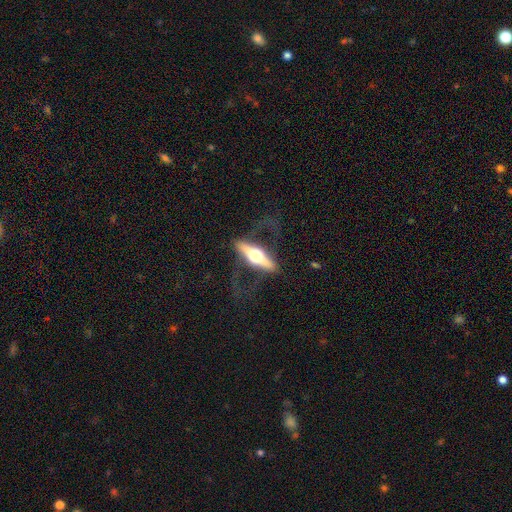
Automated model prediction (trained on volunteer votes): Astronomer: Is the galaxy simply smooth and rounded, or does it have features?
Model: featured or disk — 76%.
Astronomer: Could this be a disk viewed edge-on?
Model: yes — 83%.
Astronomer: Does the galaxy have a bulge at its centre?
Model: rounded — 95%.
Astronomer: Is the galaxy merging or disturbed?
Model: none — 64%.